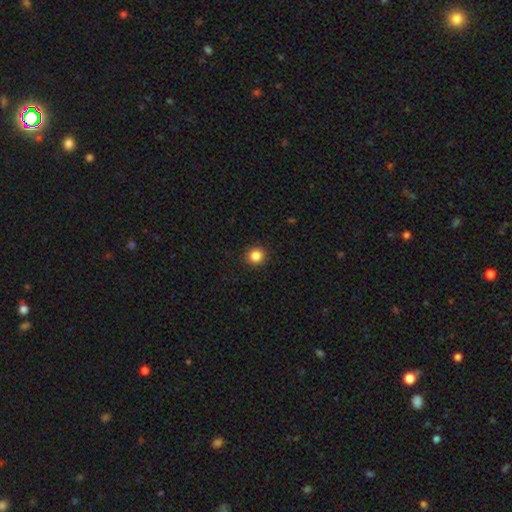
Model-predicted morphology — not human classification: smooth 85%, star or artifact 11%, featured or disk 4%. Down the decision tree: how rounded — round (91%); merging — none (92%).